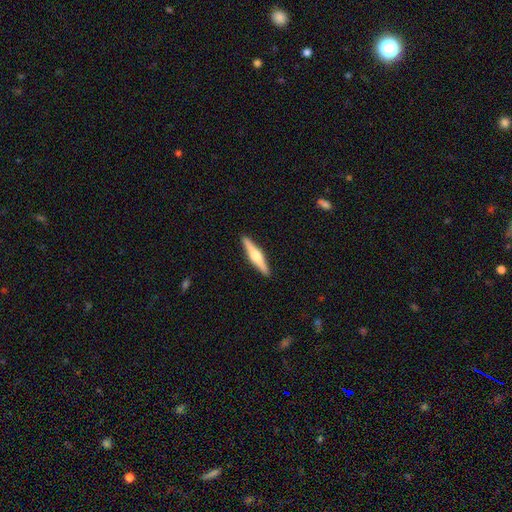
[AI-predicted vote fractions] Q: Smooth or featured?
A: featured or disk (63%); runner-up: smooth (32%)
Q: Edge-on disk?
A: yes (98%); runner-up: no (2%)
Q: Edge-on bulge?
A: rounded (89%); runner-up: boxy (7%)
Q: Merging?
A: none (92%); runner-up: minor disturbance (6%)